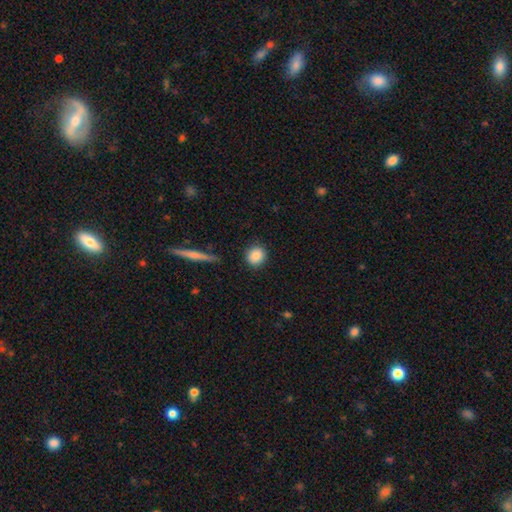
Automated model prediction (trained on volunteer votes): smooth-or-featured: smooth: 87% | star or artifact: 8% | featured or disk: 5%
  how-rounded: round: 84% | in between: 14% | cigar-shaped: 2%
  merging: none: 89% | minor disturbance: 7% | major disturbance: 2% | merger: 2%